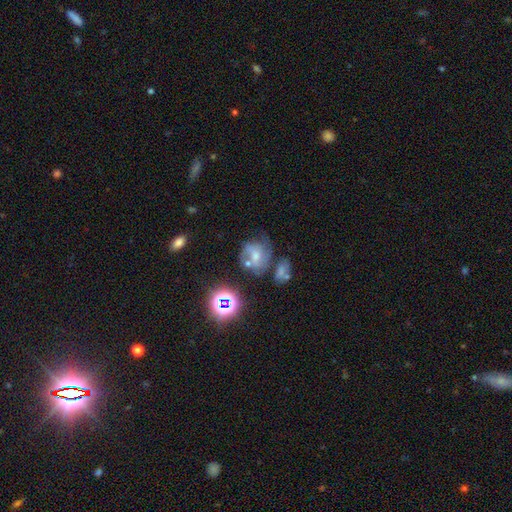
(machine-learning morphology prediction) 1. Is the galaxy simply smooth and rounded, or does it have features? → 53% featured or disk, 29% star or artifact, 18% smooth.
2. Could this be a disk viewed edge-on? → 97% no, 3% yes.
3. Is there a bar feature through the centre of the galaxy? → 56% no, 34% weak, 10% strong.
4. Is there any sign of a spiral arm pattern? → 84% yes, 16% no.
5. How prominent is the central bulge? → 50% moderate, 38% small, 5% none, 5% large, 2% dominant.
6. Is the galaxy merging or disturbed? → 53% none, 19% minor disturbance, 15% major disturbance, 14% merger.